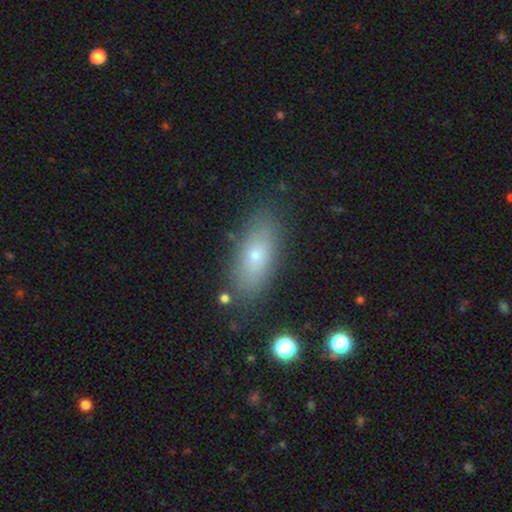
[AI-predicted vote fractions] Smooth or featured?
  - smooth: 67% *
  - featured or disk: 23%
  - star or artifact: 10%
How rounded?
  - in between: 75% *
  - cigar-shaped: 20%
  - round: 5%
Merging?
  - none: 84% *
  - minor disturbance: 11%
  - major disturbance: 3%
  - merger: 2%